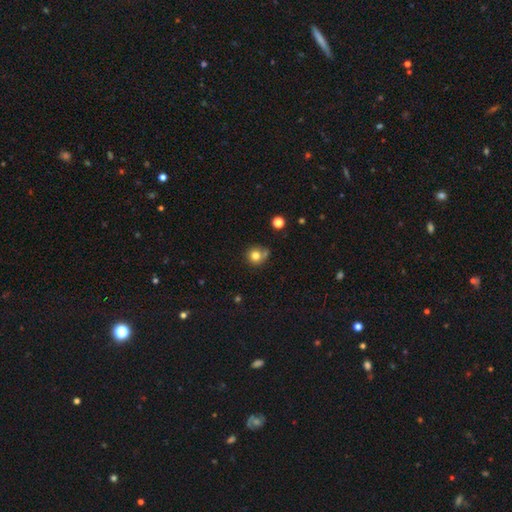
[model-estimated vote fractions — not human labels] smooth_or_featured: smooth (p=0.79) [alt: star or artifact p=0.12]
how_rounded: round (p=0.89) [alt: in between p=0.10]
merging: none (p=0.64) [alt: minor disturbance p=0.17]